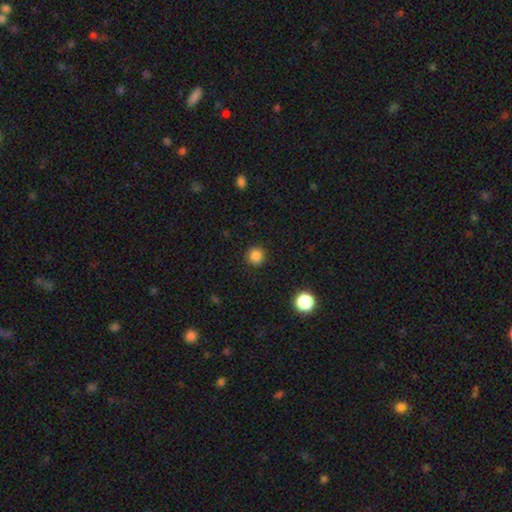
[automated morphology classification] Q: Smooth or featured?
A: smooth (85%); runner-up: star or artifact (12%)
Q: How rounded?
A: round (94%); runner-up: in between (5%)
Q: Merging?
A: none (91%); runner-up: minor disturbance (6%)